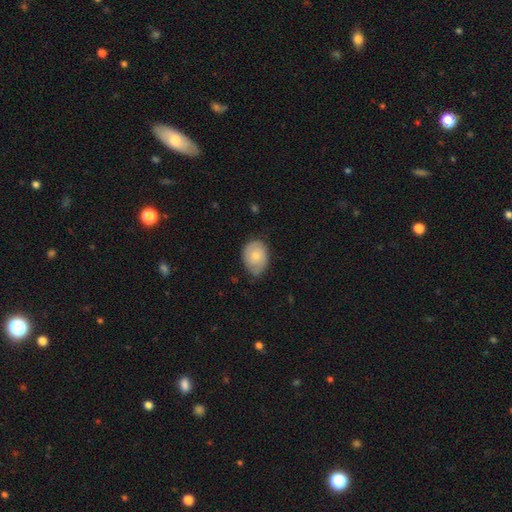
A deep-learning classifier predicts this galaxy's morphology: Smooth or featured? Predicted: smooth (p=0.66). How rounded? Predicted: in between (p=0.60). Merging? Predicted: none (p=0.54).